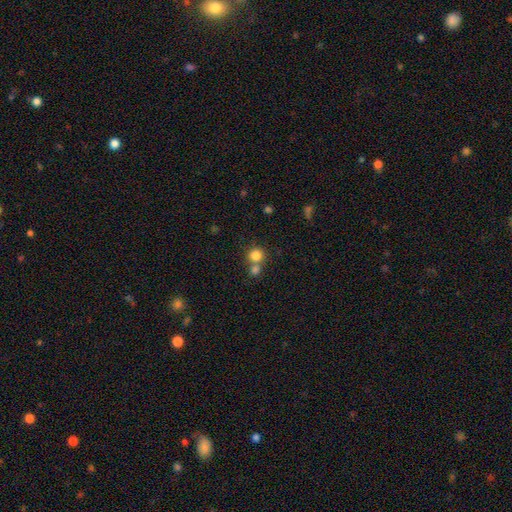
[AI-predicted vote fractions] A smooth galaxy with no disk features (82%) that is round (91%).

Vote fractions:
- Smooth or featured? smooth: 82% / star or artifact: 11% / featured or disk: 7%
- How rounded? round: 91% / in between: 8% / cigar-shaped: 1%
- Merging? none: 55% / merger: 35% / minor disturbance: 7% / major disturbance: 3%